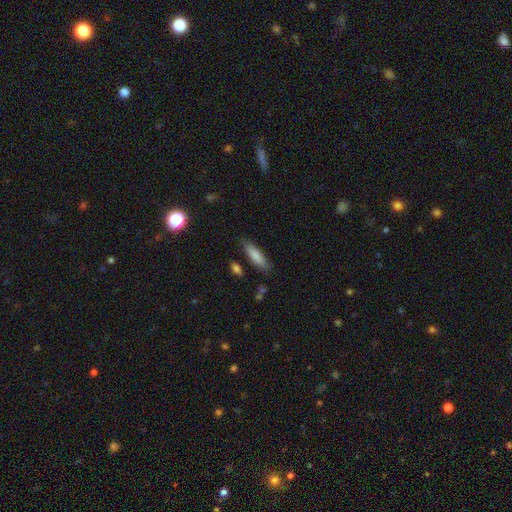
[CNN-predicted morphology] Smooth or featured?
  - smooth: 82% *
  - featured or disk: 11%
  - star or artifact: 7%
How rounded?
  - cigar-shaped: 59% *
  - in between: 39%
  - round: 2%
Merging?
  - none: 81% *
  - minor disturbance: 13%
  - merger: 3%
  - major disturbance: 3%